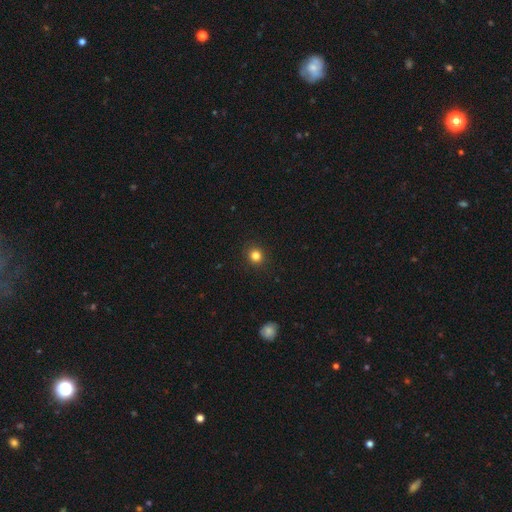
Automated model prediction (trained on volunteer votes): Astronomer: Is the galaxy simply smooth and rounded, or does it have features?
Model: smooth — 83%.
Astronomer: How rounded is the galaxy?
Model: round — 90%.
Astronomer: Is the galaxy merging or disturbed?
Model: none — 92%.